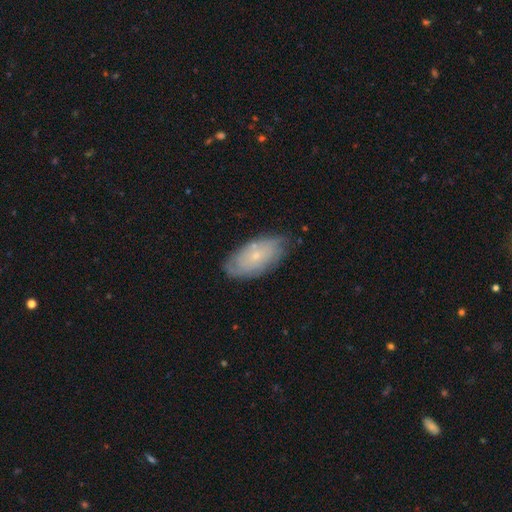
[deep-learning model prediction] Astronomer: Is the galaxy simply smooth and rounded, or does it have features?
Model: featured or disk — 50% (runner-up: smooth, 43%).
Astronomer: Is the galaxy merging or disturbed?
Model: none — 74%.